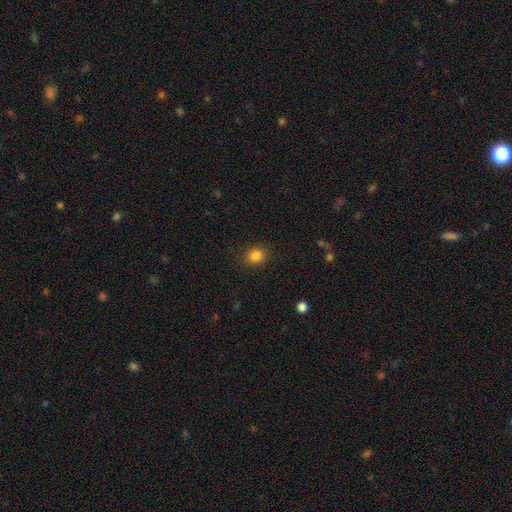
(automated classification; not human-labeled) This is clearly a smooth galaxy (84%). How rounded: likely round (68%). Merging: clearly none (89%).